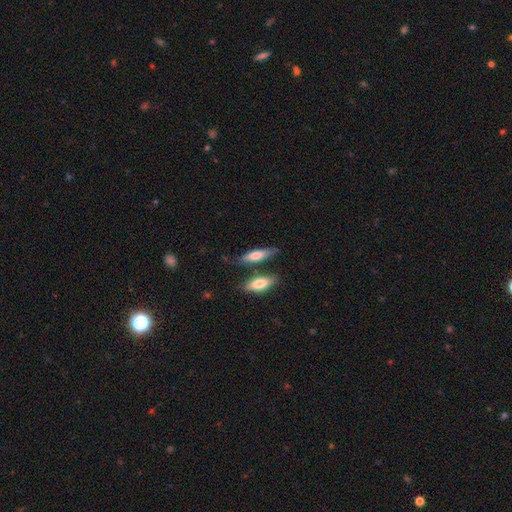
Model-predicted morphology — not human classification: Smooth or featured? Predicted: smooth (p=0.67). How rounded? Predicted: cigar-shaped (p=0.59). Merging? Predicted: none (p=0.65).